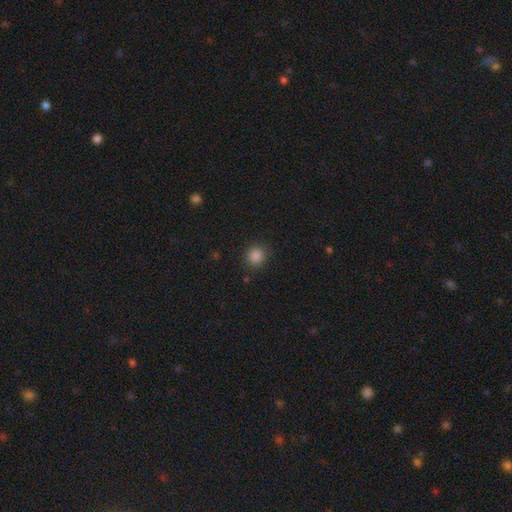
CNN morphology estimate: A smooth galaxy with no disk features (86%) that is round (86%).

Vote fractions:
- Smooth or featured? smooth: 86% / star or artifact: 11% / featured or disk: 3%
- How rounded? round: 86% / in between: 13% / cigar-shaped: 1%
- Merging? none: 87% / minor disturbance: 9% / major disturbance: 3% / merger: 1%